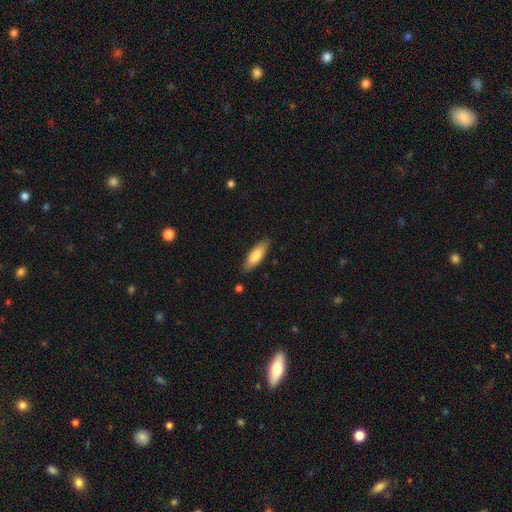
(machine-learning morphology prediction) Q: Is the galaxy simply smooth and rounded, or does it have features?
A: smooth — 79%.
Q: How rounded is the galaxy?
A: in between — 53%.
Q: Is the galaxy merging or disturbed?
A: none — 86%.